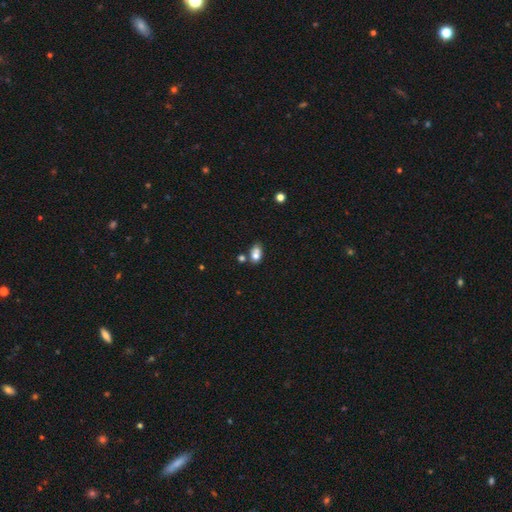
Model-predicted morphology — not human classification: smooth_or_featured: smooth (p=0.74) [alt: featured or disk p=0.15]
how_rounded: in between (p=0.76) [alt: round p=0.22]
merging: none (p=0.44) [alt: merger p=0.32]